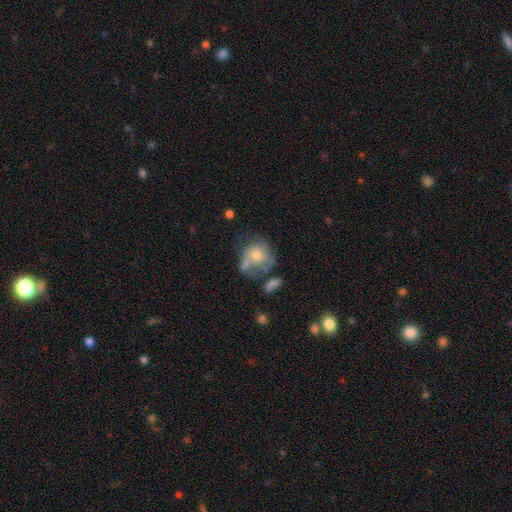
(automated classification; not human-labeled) Morphology: type=smooth (51%); roundness=round (63%); merging=none (30%).